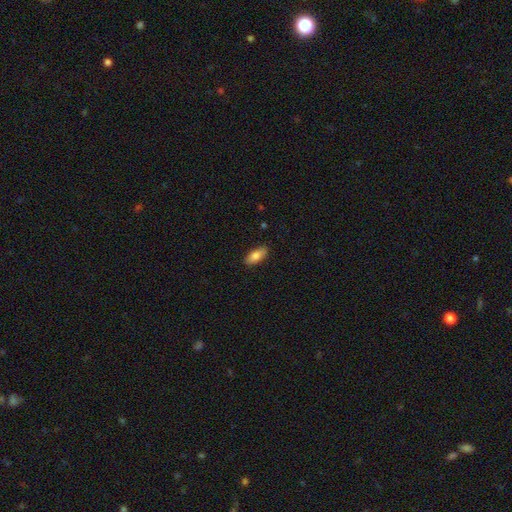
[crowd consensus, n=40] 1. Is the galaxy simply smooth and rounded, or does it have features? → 82% smooth, 10% star or artifact, 8% featured or disk.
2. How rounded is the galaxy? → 88% in between, 12% cigar-shaped, 0% round.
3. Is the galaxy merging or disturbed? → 92% none, 8% minor disturbance, 0% major disturbance, 0% merger.